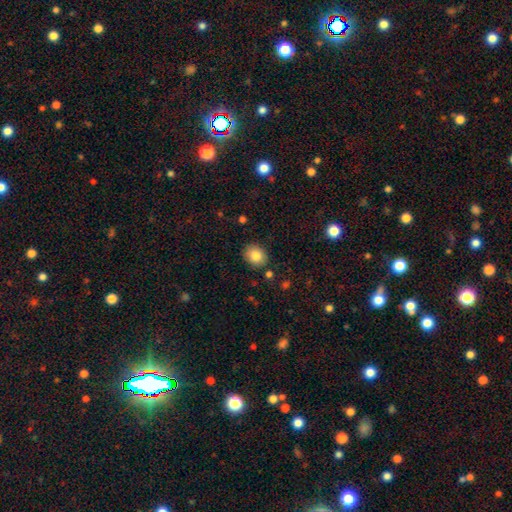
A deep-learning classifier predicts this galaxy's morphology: Smooth or featured?
  - smooth: 83% *
  - star or artifact: 9%
  - featured or disk: 8%
How rounded?
  - round: 63% *
  - in between: 36%
  - cigar-shaped: 1%
Merging?
  - none: 87% *
  - minor disturbance: 9%
  - major disturbance: 2%
  - merger: 2%